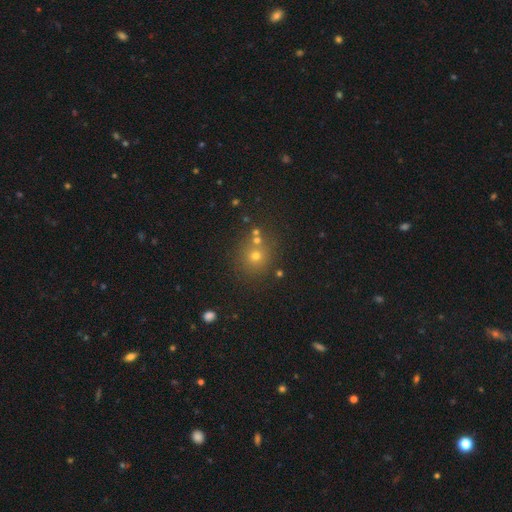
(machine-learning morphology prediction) This is likely a smooth galaxy (61%). How rounded: clearly round (89%). Merging: likely none (71%).